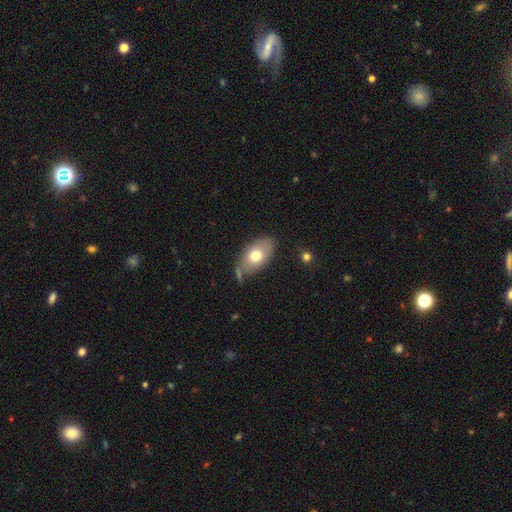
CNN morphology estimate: This appears to be a smooth galaxy with no disk features (71%) that is in between round and cigar-shaped (90%). Merging: none (68%).